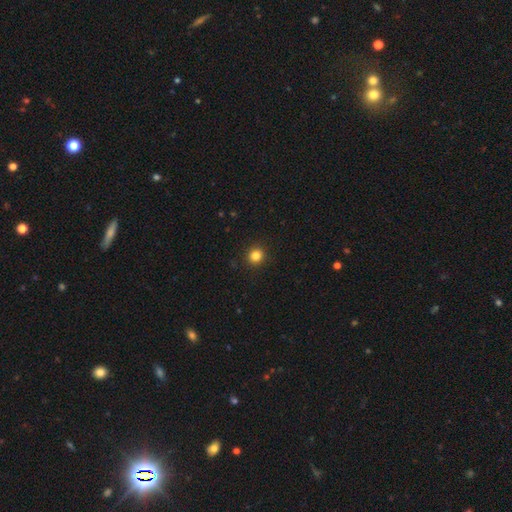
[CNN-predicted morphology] smooth-or-featured: smooth: 84% | star or artifact: 12% | featured or disk: 4%
  how-rounded: round: 91% | in between: 8% | cigar-shaped: 1%
  merging: none: 92% | minor disturbance: 5% | major disturbance: 2% | merger: 1%